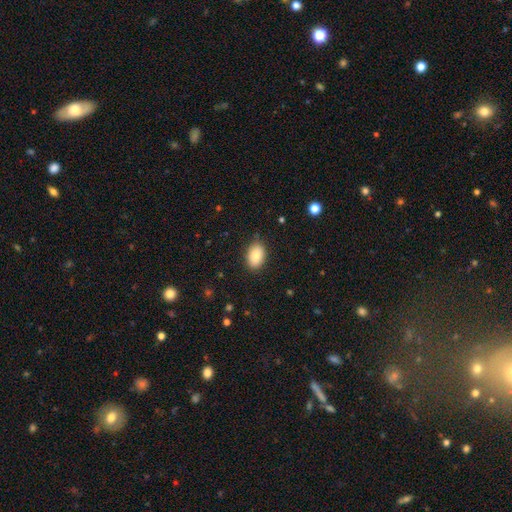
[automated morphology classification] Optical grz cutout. It shows a smooth galaxy with no disk features (82%) that is in between round and cigar-shaped (88%). Merging: none (85%).